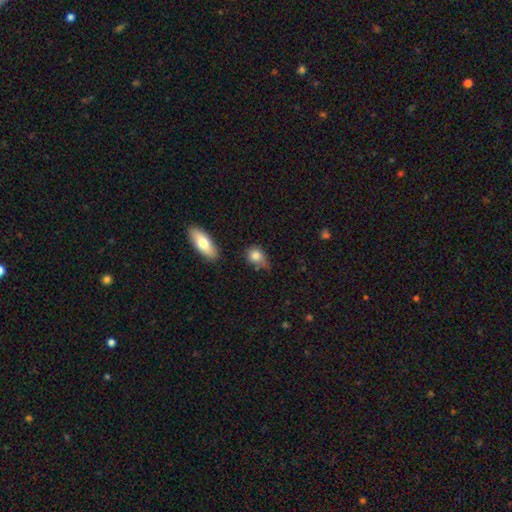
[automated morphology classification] Smooth or featured: smooth — 81% (featured or disk — 10%)
How rounded: round — 52% (in between — 45%)
Merging: none — 47% (minor disturbance — 36%)